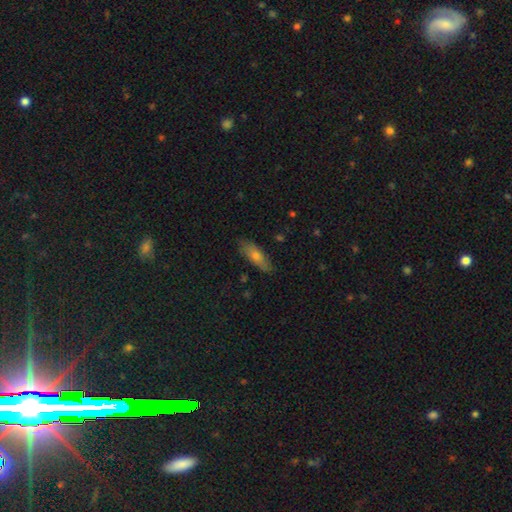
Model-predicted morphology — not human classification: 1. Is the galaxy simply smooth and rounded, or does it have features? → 63% smooth, 30% featured or disk, 7% star or artifact.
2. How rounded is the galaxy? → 50% in between, 48% cigar-shaped, 3% round.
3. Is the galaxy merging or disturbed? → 84% none, 13% minor disturbance, 2% major disturbance, 1% merger.